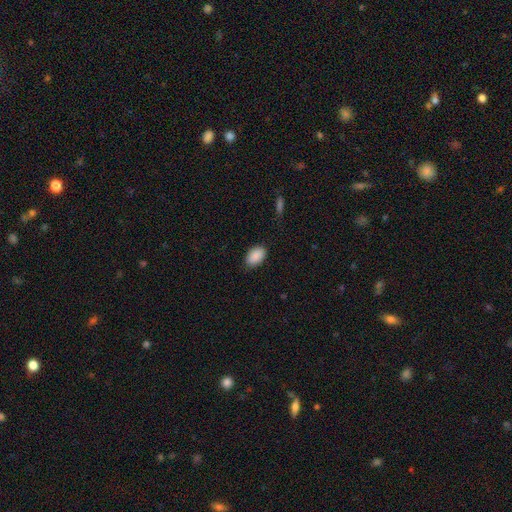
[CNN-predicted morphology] Overall: smooth (89%). How rounded: in between (92%). Merging: none (85%).